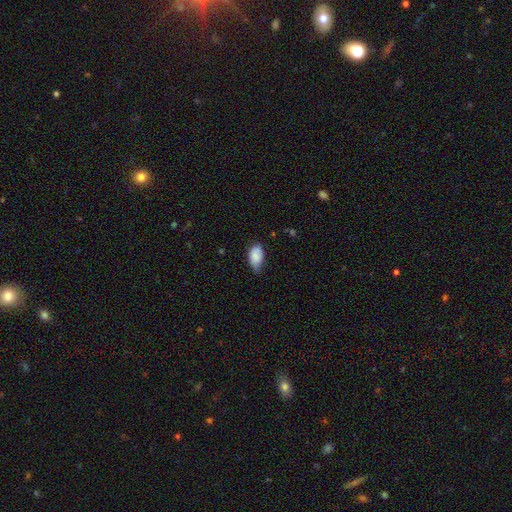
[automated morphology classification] This is clearly a smooth galaxy (85%). How rounded: clearly in between (92%). Merging: possibly none (46%).